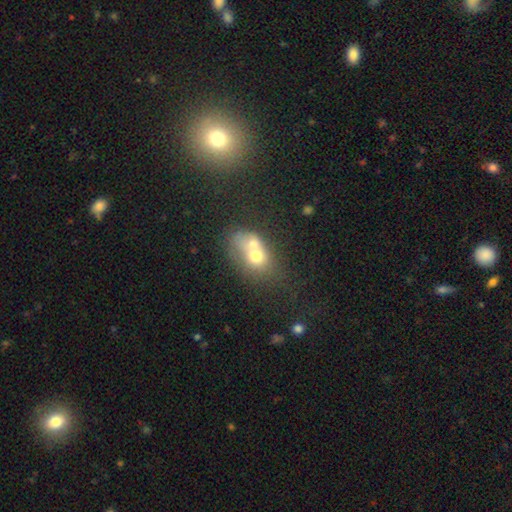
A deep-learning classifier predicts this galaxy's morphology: This appears to be a smooth galaxy with no disk features (59%) that is in between round and cigar-shaped (53%). Merging: merger (72%).